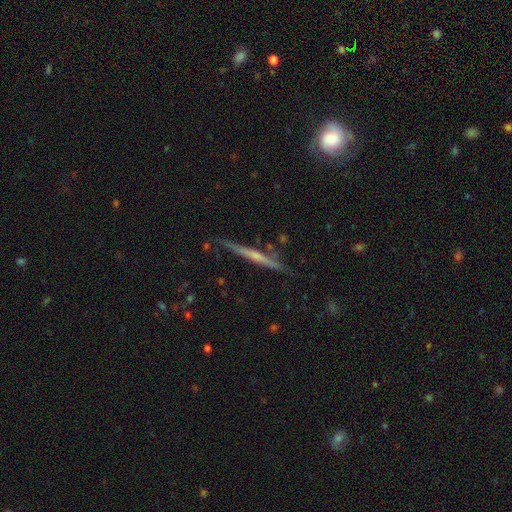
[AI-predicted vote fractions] Overall: featured or disk (64%; smooth 29%). Edge-on disk: yes (97%). Edge-on bulge: none (56%; rounded 36%). Merging: none (84%).